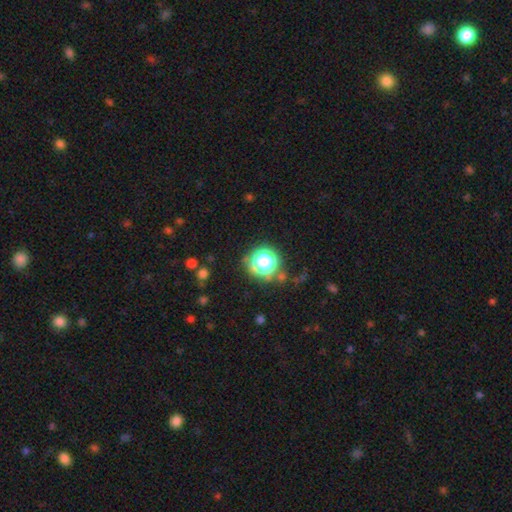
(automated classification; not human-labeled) A smooth galaxy with no disk features (48%).

Vote fractions:
- Smooth or featured? smooth: 48% / star or artifact: 43% / featured or disk: 9%
- Merging? none: 71% / minor disturbance: 13% / major disturbance: 8% / merger: 8%